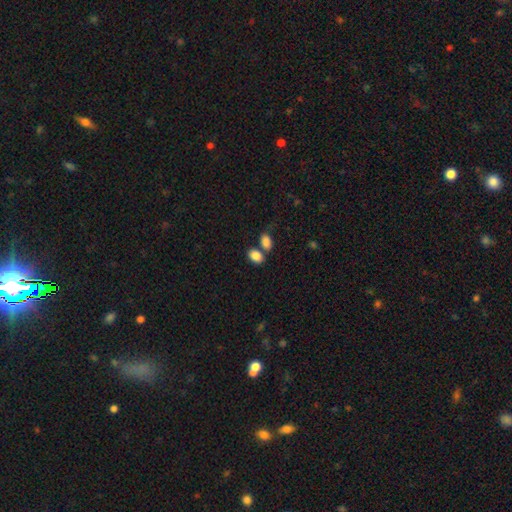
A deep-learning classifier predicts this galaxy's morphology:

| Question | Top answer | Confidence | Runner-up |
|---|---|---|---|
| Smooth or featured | smooth | 87% | star or artifact (8%) |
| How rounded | in between | 83% | round (16%) |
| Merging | none | 51% | merger (34%) |